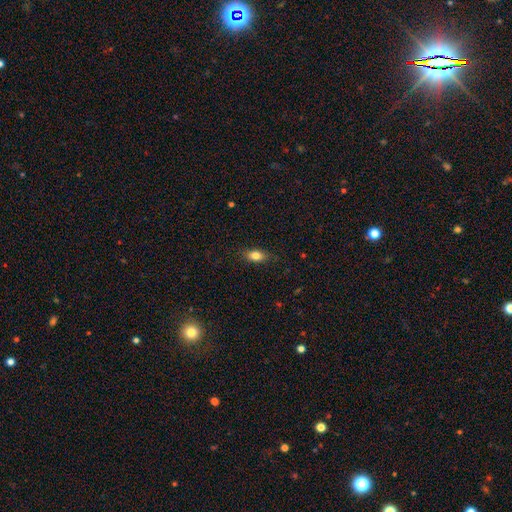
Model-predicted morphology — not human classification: A smooth galaxy with no disk features (81%) that is in between round and cigar-shaped (82%). Merging: none (84%).